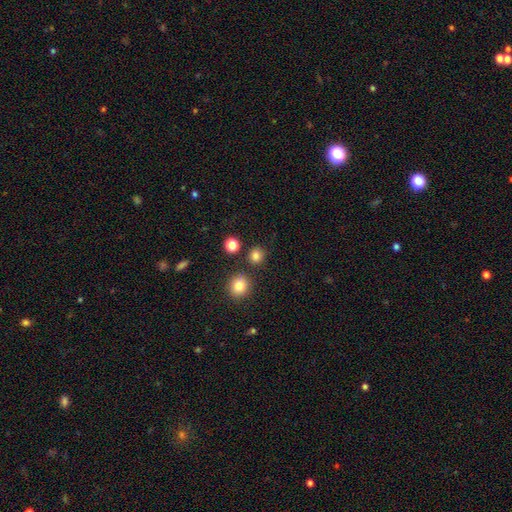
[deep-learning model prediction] A smooth galaxy with no disk features (81%) that is round (88%). Merging: none (84%).